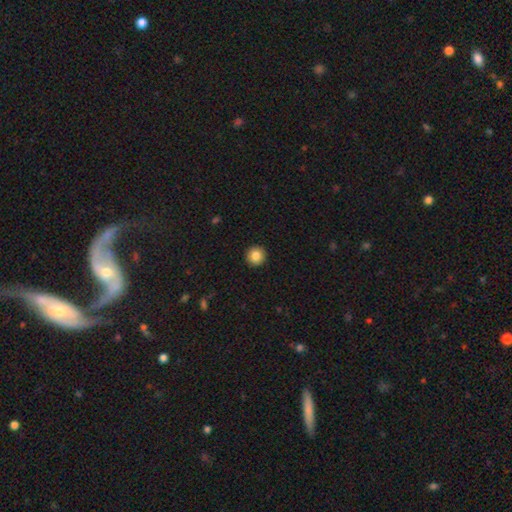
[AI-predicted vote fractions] smooth-or-featured: smooth: 85% | star or artifact: 9% | featured or disk: 6%
  how-rounded: round: 95% | in between: 4% | cigar-shaped: 1%
  merging: none: 93% | minor disturbance: 4% | major disturbance: 1% | merger: 1%